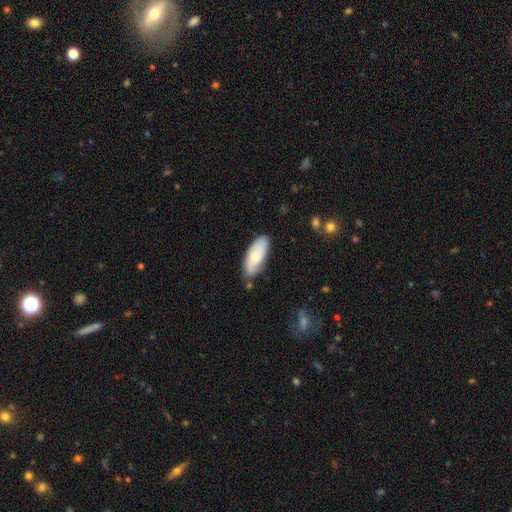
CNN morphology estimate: A smooth galaxy with no disk features (63%) that is in between round and cigar-shaped (77%). Merging: none (73%).